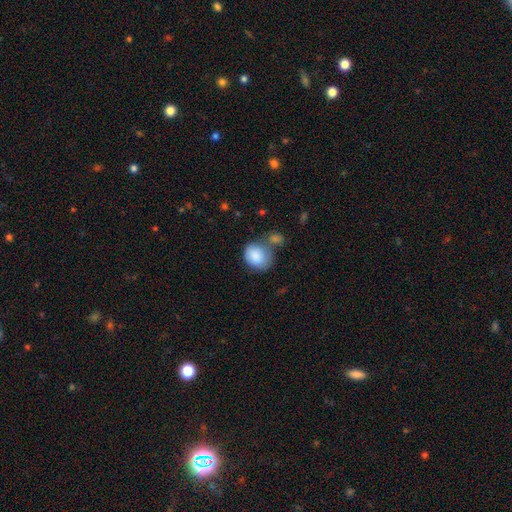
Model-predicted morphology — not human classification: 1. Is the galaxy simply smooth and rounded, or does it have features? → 86% smooth, 7% featured or disk, 6% star or artifact.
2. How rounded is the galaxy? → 61% round, 39% in between, 1% cigar-shaped.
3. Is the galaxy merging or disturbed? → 45% none, 26% merger, 20% minor disturbance, 9% major disturbance.